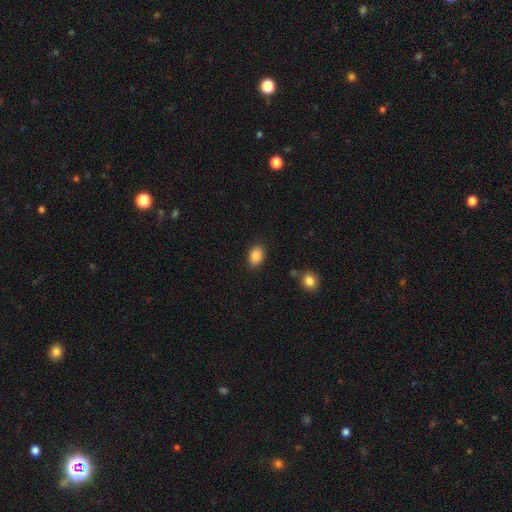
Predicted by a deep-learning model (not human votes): Morphology: type=smooth (87%); roundness=in between (75%); merging=none (86%).